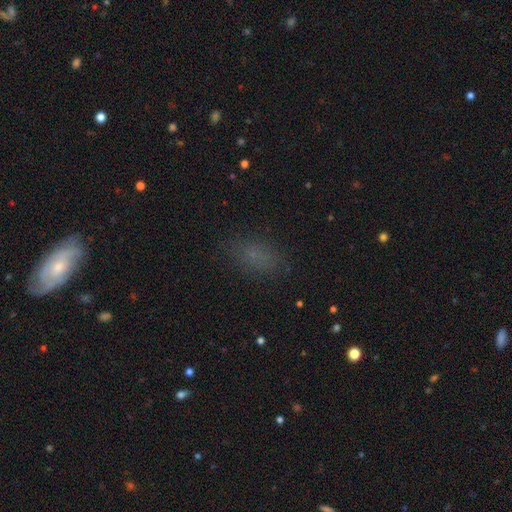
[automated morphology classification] This is likely a smooth galaxy (71%). How rounded: clearly in between (85%). Merging: likely none (78%).